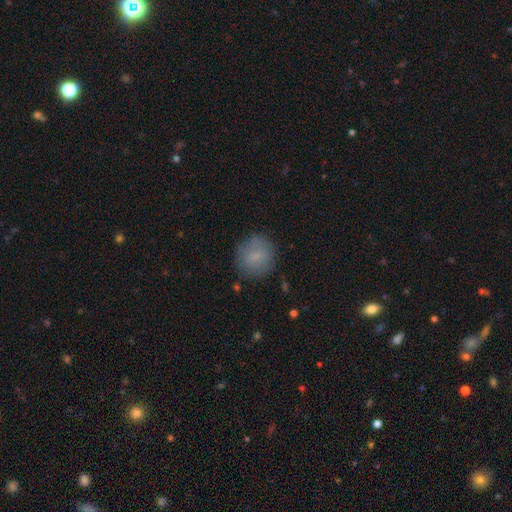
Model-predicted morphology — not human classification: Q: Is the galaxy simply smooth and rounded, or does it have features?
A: smooth — 79%.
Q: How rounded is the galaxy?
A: round — 88%.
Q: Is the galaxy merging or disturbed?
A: none — 80%.